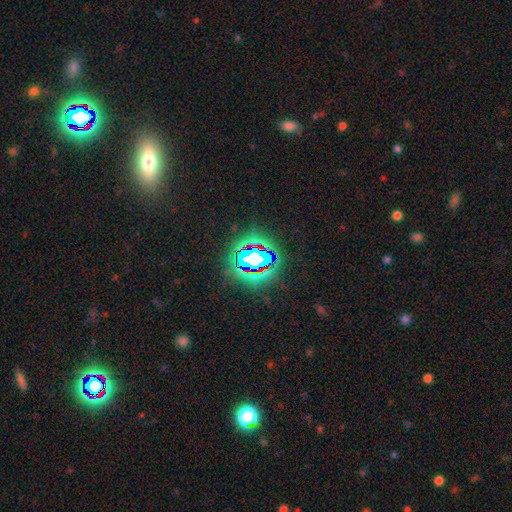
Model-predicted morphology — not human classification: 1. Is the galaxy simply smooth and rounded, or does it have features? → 76% star or artifact, 13% smooth, 11% featured or disk.